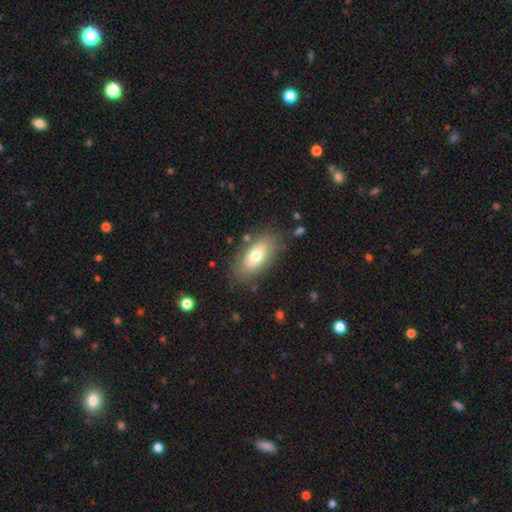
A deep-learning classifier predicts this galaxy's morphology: smooth_or_featured: smooth (p=0.67) [alt: featured or disk p=0.26]
how_rounded: in between (p=0.90) [alt: cigar-shaped p=0.06]
merging: none (p=0.79) [alt: minor disturbance p=0.14]